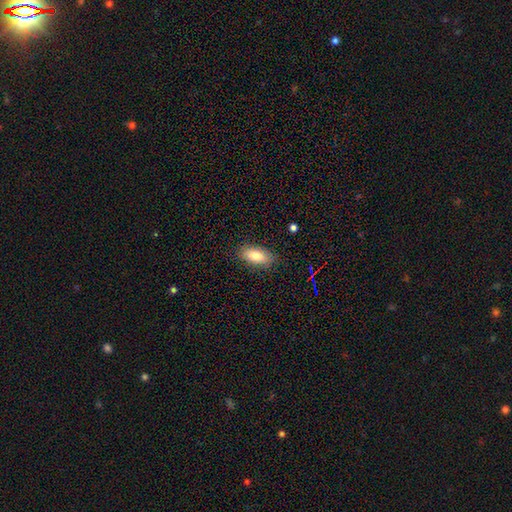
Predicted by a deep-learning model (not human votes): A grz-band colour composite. It shows a smooth galaxy with no disk features (79%) that is in between round and cigar-shaped (88%). Merging: none (86%).